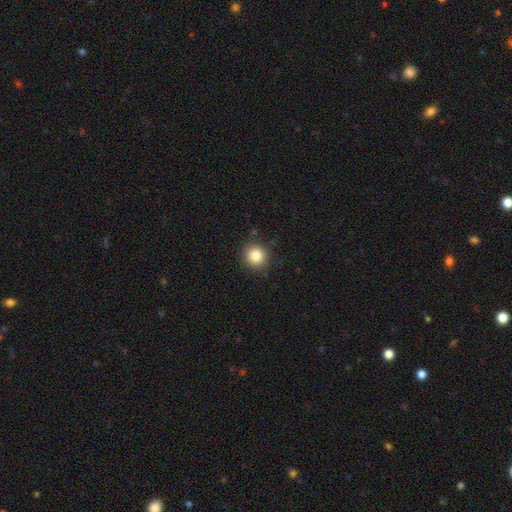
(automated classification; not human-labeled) smooth-or-featured: smooth: 85% | star or artifact: 10% | featured or disk: 5%
  how-rounded: round: 91% | in between: 8% | cigar-shaped: 1%
  merging: none: 89% | minor disturbance: 8% | major disturbance: 2% | merger: 1%